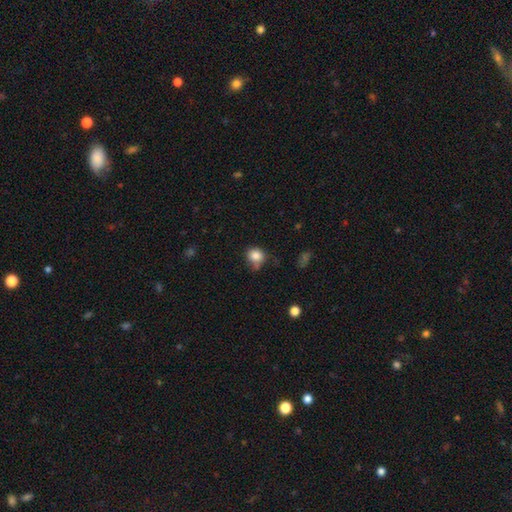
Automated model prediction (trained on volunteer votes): This is clearly a smooth galaxy (84%). How rounded: clearly round (80%). Merging: possibly none (60%).